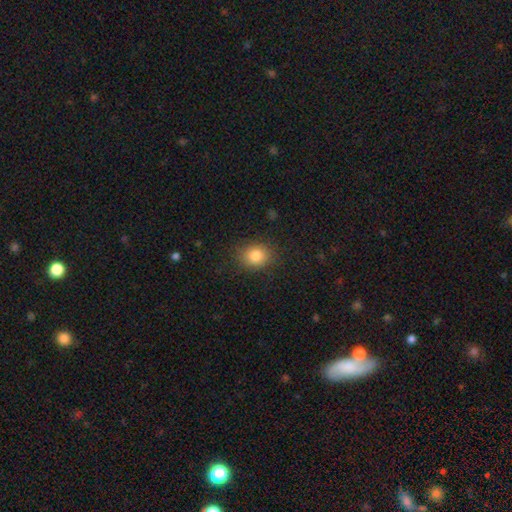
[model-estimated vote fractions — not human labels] smooth 83%, star or artifact 10%, featured or disk 7%. Down the decision tree: how rounded — round (62%); merging — none (85%).